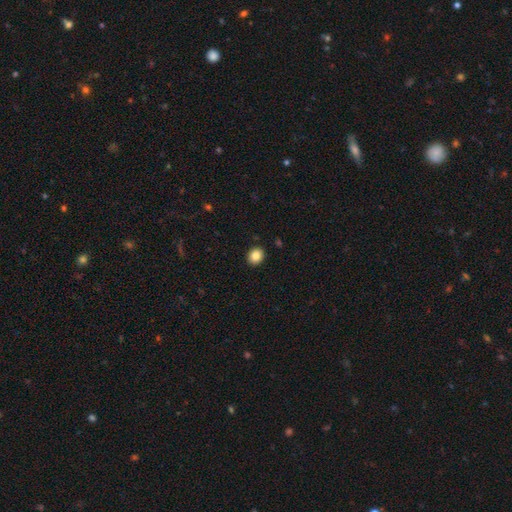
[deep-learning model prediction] A smooth galaxy with no disk features (85%) that is round (68%). Merging: none (92%).